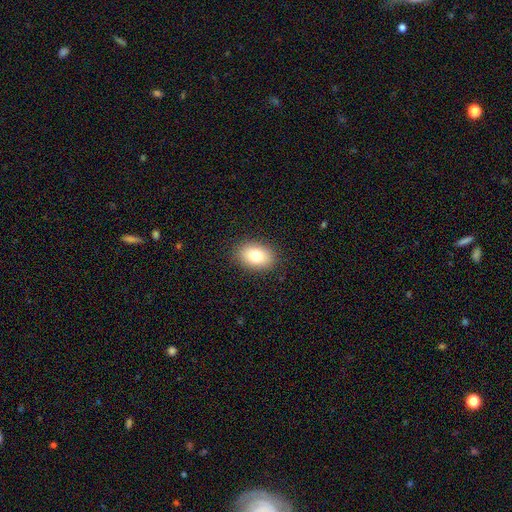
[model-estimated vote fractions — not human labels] smooth_or_featured: smooth (p=0.82) [alt: featured or disk p=0.10]
how_rounded: in between (p=0.82) [alt: round p=0.17]
merging: none (p=0.88) [alt: minor disturbance p=0.08]